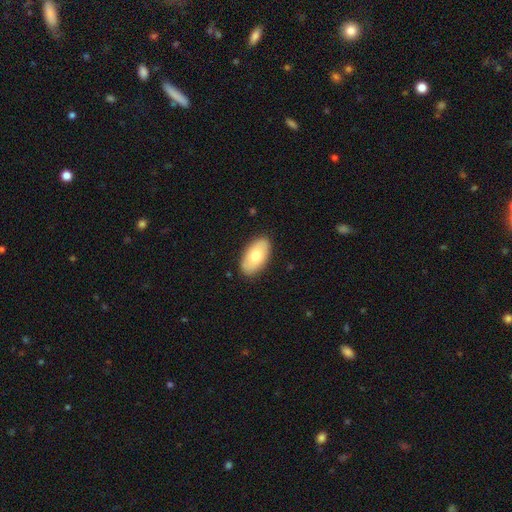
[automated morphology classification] This is likely a smooth galaxy (72%). How rounded: clearly in between (95%). Merging: clearly none (87%).